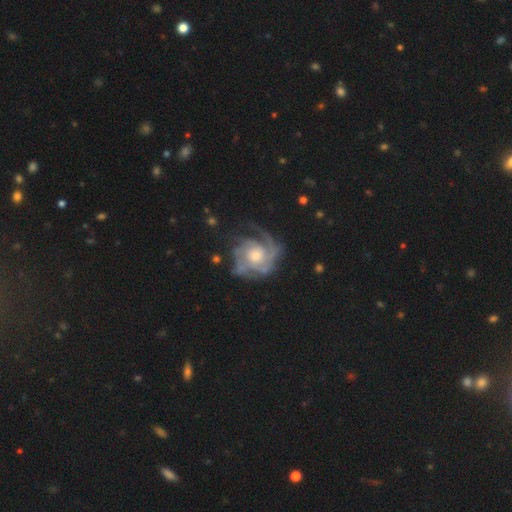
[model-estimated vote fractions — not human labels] Smooth or featured? featured or disk (89%)
Edge-on disk? no (98%)
Bar? no (76%)
Spiral arms? yes (97%)
Spiral winding? tight (60%)
Spiral arm count? 3 (33%)
Bulge size? moderate (60%)
Merging? none (67%)